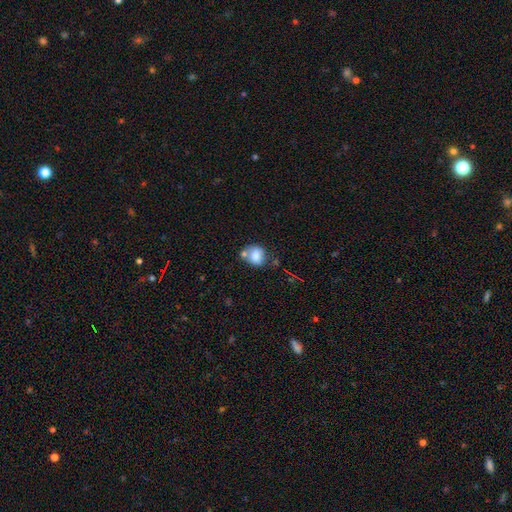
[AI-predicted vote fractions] smooth 77%, featured or disk 14%, star or artifact 9%. Down the decision tree: how rounded — round (68%); merging — none (48%).